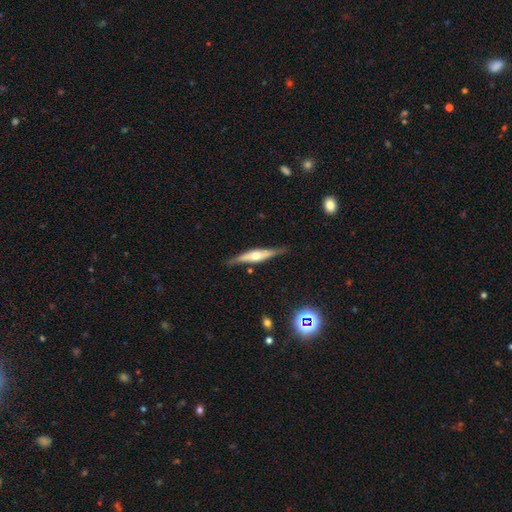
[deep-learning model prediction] A featured or disk galaxy (69%) viewed edge-on (95%) with a rounded central bulge (86%). Merging: none (84%).